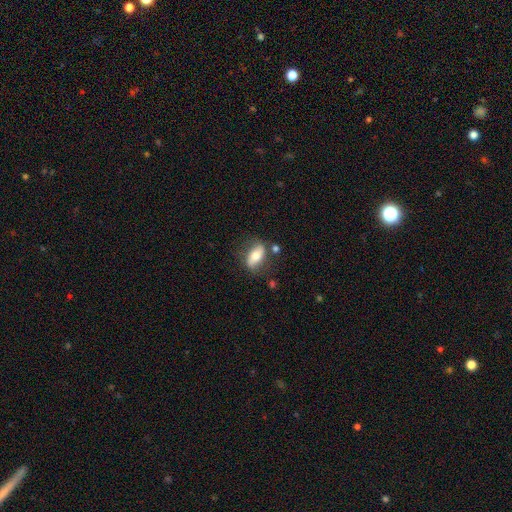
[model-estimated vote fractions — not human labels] smooth 58%, featured or disk 35%, star or artifact 7%. Down the decision tree: how rounded — in between (82%); merging — none (71%).